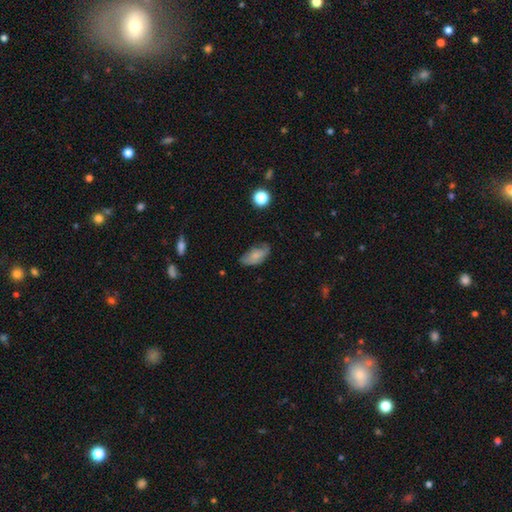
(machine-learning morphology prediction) type=smooth (67%); roundness=in between (91%); merging=none (54%).